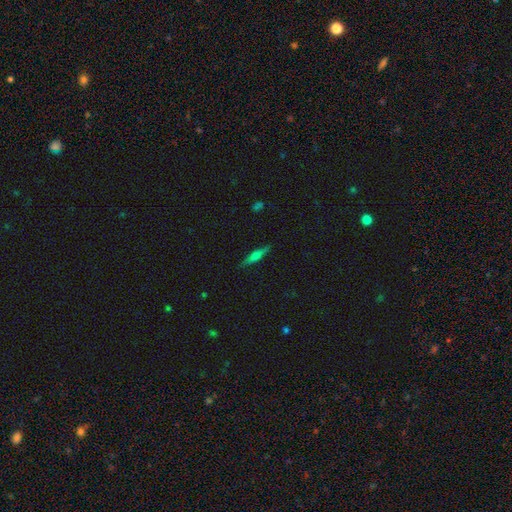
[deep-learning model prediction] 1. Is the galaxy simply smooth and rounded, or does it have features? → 51% featured or disk, 41% smooth, 8% star or artifact.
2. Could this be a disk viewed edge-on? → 96% yes, 4% no.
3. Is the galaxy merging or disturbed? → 88% none, 9% minor disturbance, 2% major disturbance, 1% merger.